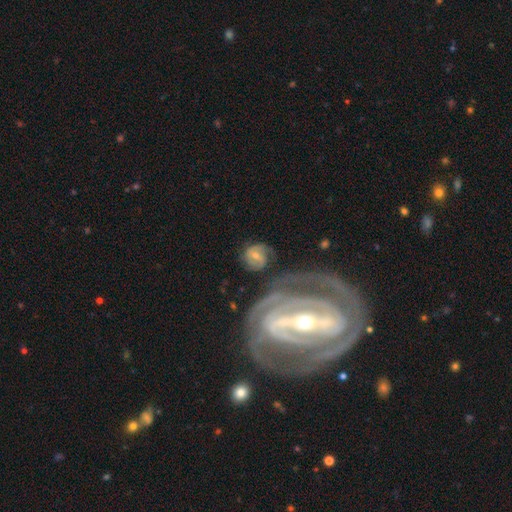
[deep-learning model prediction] smooth-or-featured: featured or disk: 63% | smooth: 30% | star or artifact: 7%
  disk-edge-on: no: 96% | yes: 4%
    bar: weak: 43% | no: 37% | strong: 20%
    has-spiral-arms: yes: 87% | no: 13%
      spiral-winding: tight: 52% | medium: 35% | loose: 12%
      spiral-arm-count: 2: 64% | can't tell: 20% | 3: 7% | 1: 5% | 4: 2% | more than 4: 2%
    bulge-size: small: 47% (tied) | moderate: 47% (tied) | none: 3% | large: 2% | dominant: 1%
  merging: none: 63% | minor disturbance: 17% | major disturbance: 10% | merger: 10%